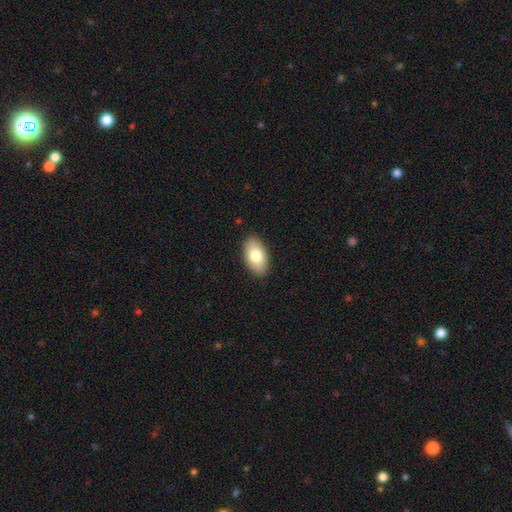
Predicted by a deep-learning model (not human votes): A smooth galaxy with no disk features (79%) that is in between round and cigar-shaped (94%). Merging: none (89%).